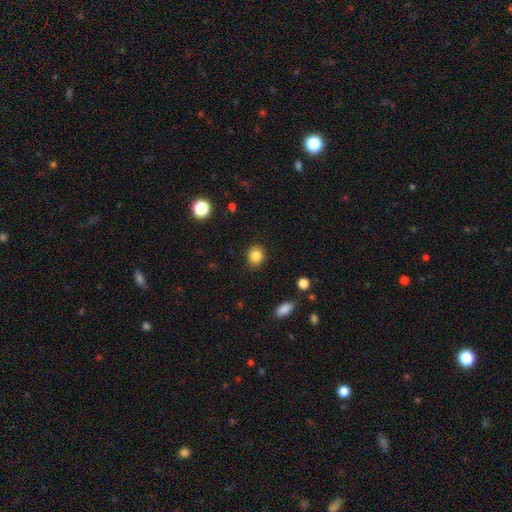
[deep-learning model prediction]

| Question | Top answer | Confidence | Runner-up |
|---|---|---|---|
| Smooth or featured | smooth | 85% | star or artifact (10%) |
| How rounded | round | 67% | in between (32%) |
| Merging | none | 87% | minor disturbance (10%) |